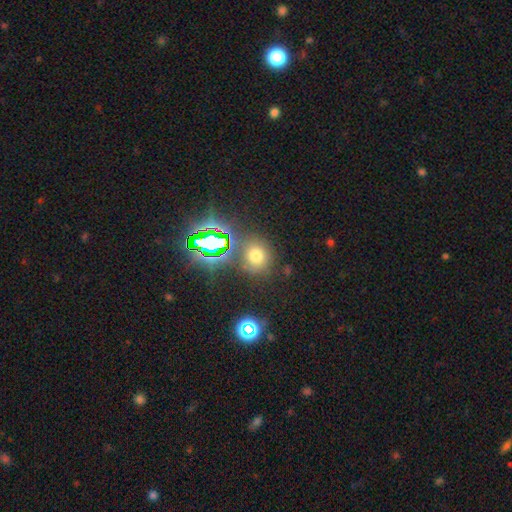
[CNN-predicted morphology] A smooth galaxy with no disk features (61%) that is round (78%).

Vote fractions:
- Smooth or featured? smooth: 61% / star or artifact: 30% / featured or disk: 9%
- How rounded? round: 78% / in between: 20% / cigar-shaped: 1%
- Merging? none: 76% / minor disturbance: 10% / merger: 9% / major disturbance: 5%